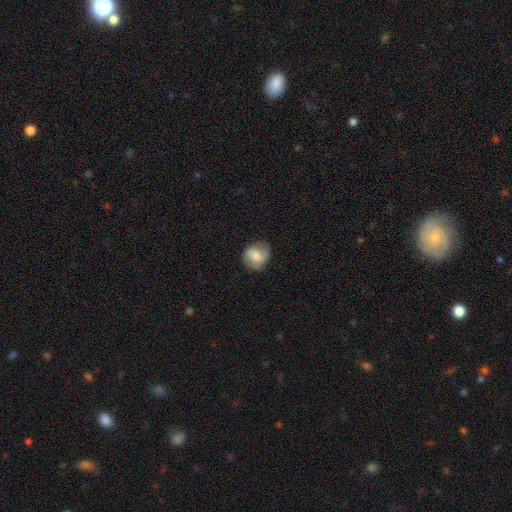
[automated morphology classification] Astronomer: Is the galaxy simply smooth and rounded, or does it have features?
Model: smooth — 65%.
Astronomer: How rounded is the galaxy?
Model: round — 77%.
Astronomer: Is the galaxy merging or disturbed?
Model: none — 77%.